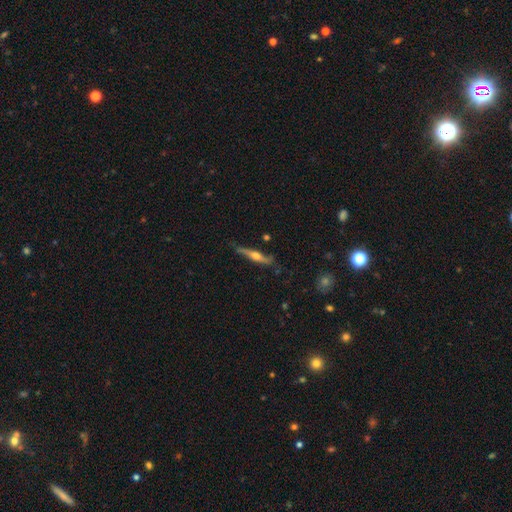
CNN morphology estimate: type=featured or disk (67%); edge-on=yes (95%); edge-on bulge=rounded (92%); merging=none (74%).